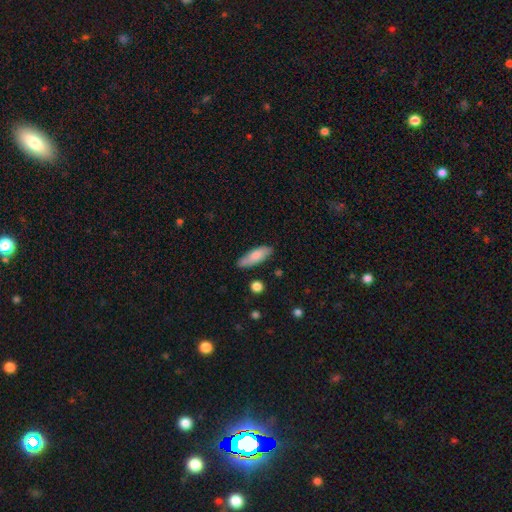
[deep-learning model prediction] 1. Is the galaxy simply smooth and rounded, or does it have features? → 77% smooth, 17% featured or disk, 6% star or artifact.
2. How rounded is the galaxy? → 61% in between, 37% cigar-shaped, 2% round.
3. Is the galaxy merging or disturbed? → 79% none, 16% minor disturbance, 3% major disturbance, 2% merger.